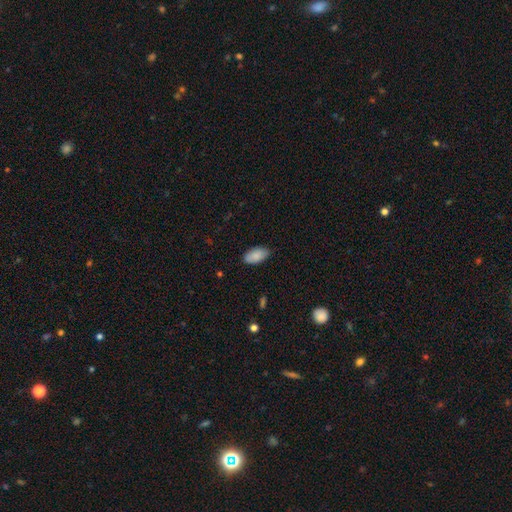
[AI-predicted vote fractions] smooth 87%, featured or disk 7%, star or artifact 6%. Down the decision tree: how rounded — in between (94%); merging — none (83%).